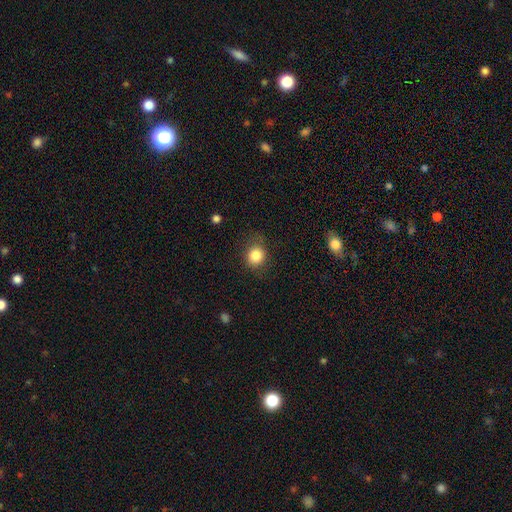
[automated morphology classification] Smooth or featured? Predicted: smooth (p=0.84). How rounded? Predicted: round (p=0.77). Merging? Predicted: none (p=0.78).